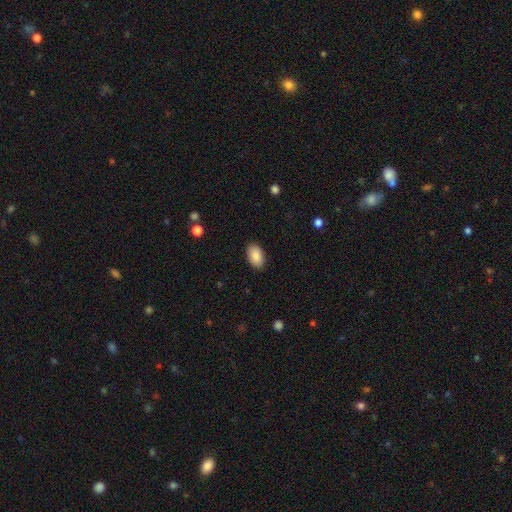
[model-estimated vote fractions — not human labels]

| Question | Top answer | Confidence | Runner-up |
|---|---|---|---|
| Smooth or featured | smooth | 88% | star or artifact (7%) |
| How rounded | in between | 92% | round (6%) |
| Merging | none | 88% | minor disturbance (9%) |